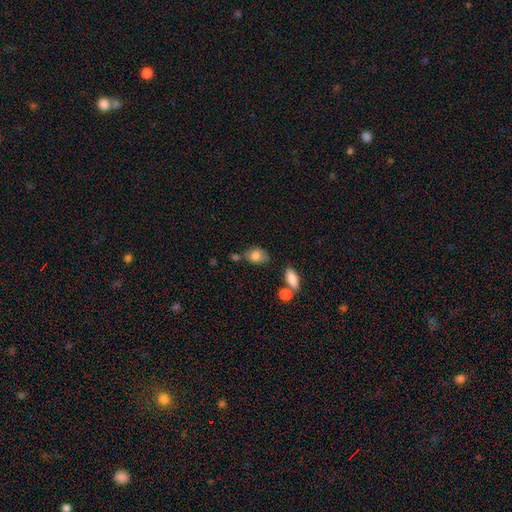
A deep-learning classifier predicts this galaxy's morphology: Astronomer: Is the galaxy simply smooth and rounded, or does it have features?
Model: smooth — 81%.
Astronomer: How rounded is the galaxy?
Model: in between — 77%.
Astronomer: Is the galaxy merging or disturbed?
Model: none — 56%.